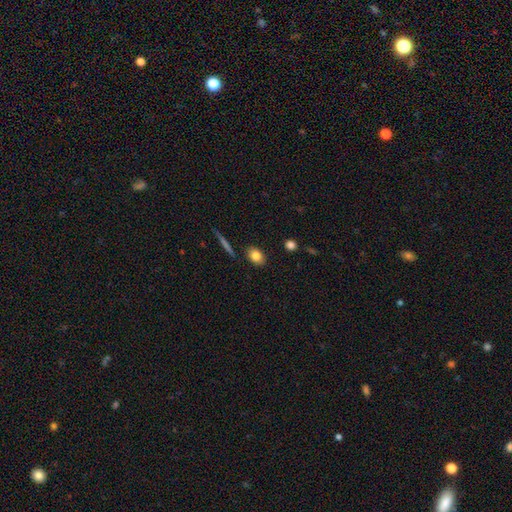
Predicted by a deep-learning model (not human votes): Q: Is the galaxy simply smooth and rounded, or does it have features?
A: smooth — 82%.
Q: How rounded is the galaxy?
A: in between — 71%.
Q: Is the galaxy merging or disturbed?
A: none — 87%.